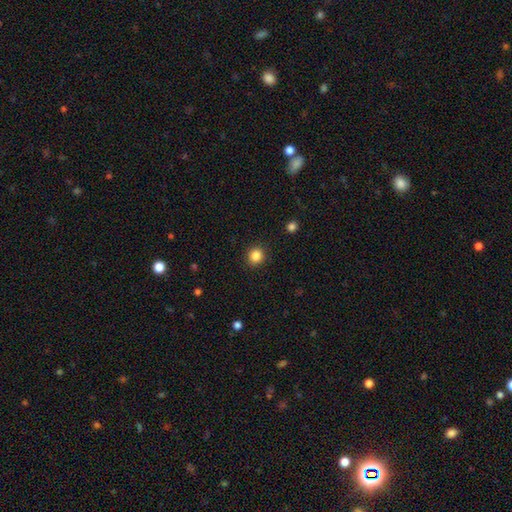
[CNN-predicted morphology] A smooth galaxy with no disk features (85%) that is round (88%).

Vote fractions:
- Smooth or featured? smooth: 85% / star or artifact: 11% / featured or disk: 4%
- How rounded? round: 88% / in between: 11% / cigar-shaped: 1%
- Merging? none: 91% / minor disturbance: 6% / major disturbance: 2% / merger: 1%